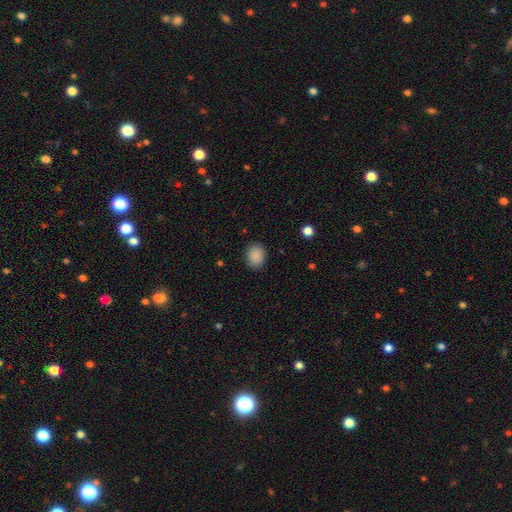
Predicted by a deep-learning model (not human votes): The model was most divided on "how rounded": in between: 57%, round: 42%, cigar-shaped: 1%. More confident: smooth or featured — smooth (89%); merging — none (86%).